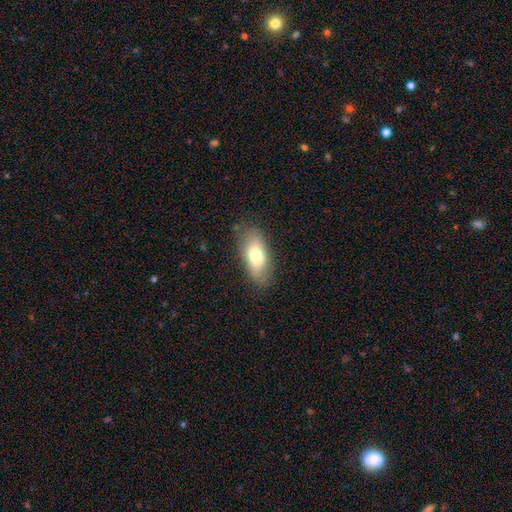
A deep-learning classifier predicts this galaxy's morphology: A smooth galaxy with no disk features (73%) that is in between round and cigar-shaped (81%). Merging: none (80%).